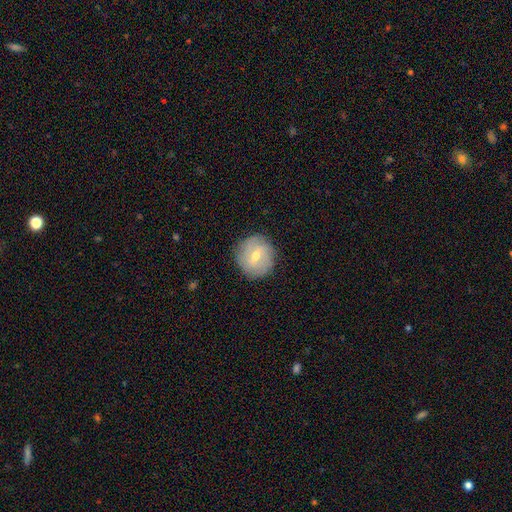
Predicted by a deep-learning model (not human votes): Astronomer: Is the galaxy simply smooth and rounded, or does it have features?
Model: featured or disk — 53% (runner-up: smooth, 39%).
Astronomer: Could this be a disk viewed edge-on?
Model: no — 96%.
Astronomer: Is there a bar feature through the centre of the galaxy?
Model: weak — 52% (runner-up: no, 33%).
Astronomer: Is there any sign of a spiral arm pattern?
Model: yes — 68%.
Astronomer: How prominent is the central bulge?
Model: moderate — 57% (runner-up: small, 39%).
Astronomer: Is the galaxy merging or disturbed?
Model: none — 85%.